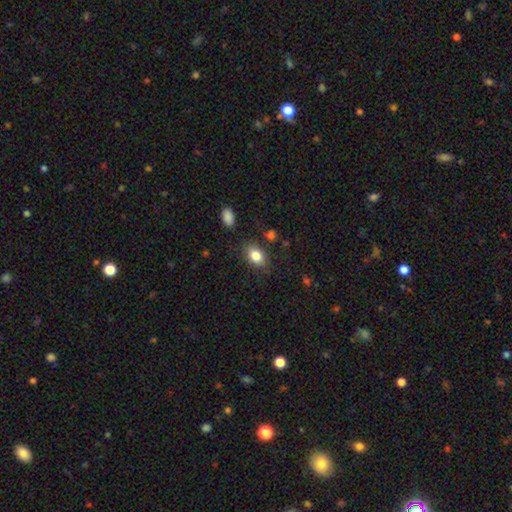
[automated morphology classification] smooth_or_featured: smooth (p=0.83) [alt: star or artifact p=0.08]
how_rounded: in between (p=0.83) [alt: round p=0.15]
merging: none (p=0.81) [alt: minor disturbance p=0.13]